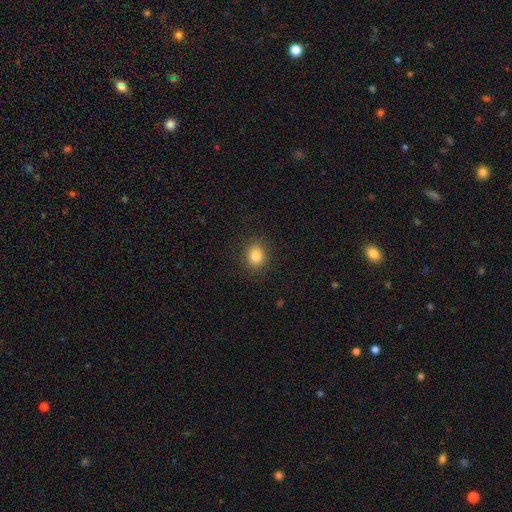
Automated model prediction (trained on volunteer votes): This appears to be a smooth galaxy with no disk features (83%) that is round (74%). Merging: none (90%).